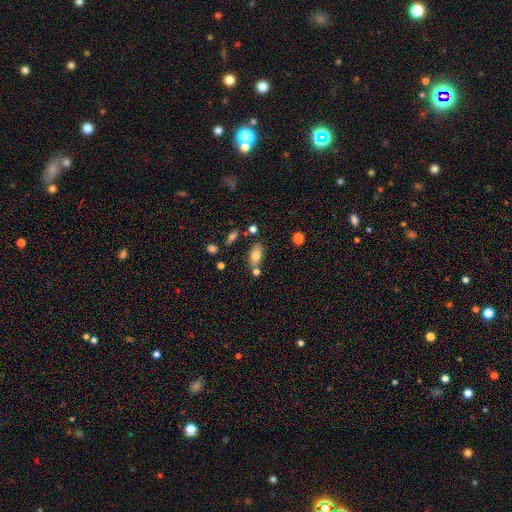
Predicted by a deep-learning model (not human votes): Q: Smooth or featured?
A: smooth (75%); runner-up: featured or disk (16%)
Q: How rounded?
A: in between (86%); runner-up: cigar-shaped (8%)
Q: Merging?
A: none (67%); runner-up: merger (15%)